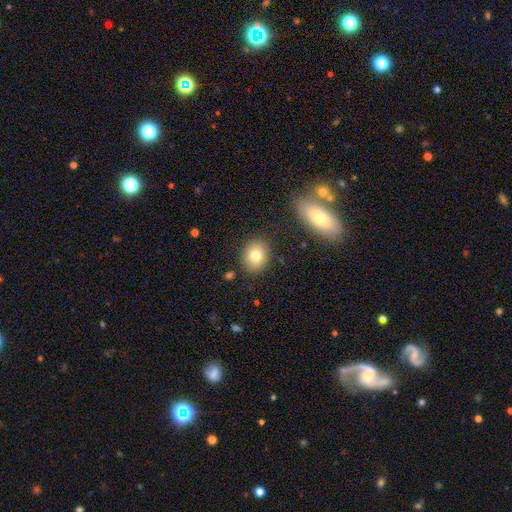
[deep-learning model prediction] The model was most divided on "how rounded": round: 61%, in between: 38%, cigar-shaped: 1%. More confident: merging — none (86%); smooth or featured — smooth (79%).